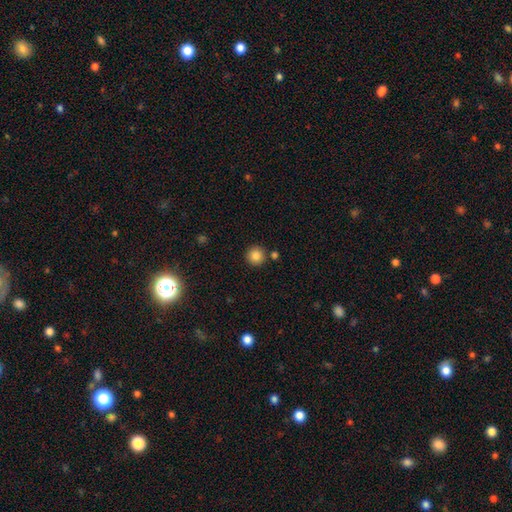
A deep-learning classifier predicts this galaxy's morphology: The model was most divided on "smooth or featured": smooth: 85%, star or artifact: 11%, featured or disk: 5%. More confident: how rounded — round (95%); merging — none (85%).